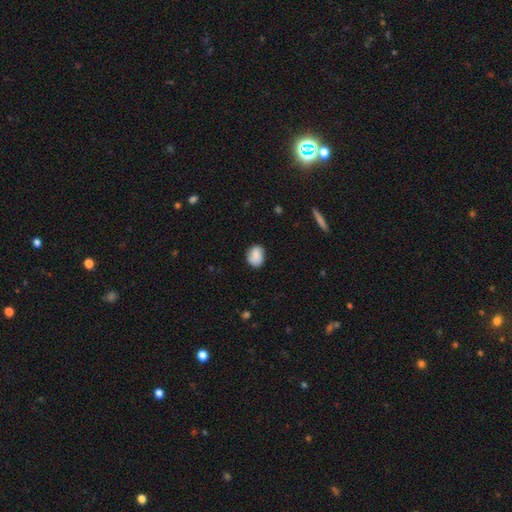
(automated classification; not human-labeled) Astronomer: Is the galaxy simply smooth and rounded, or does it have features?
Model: smooth — 81%.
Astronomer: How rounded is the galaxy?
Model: in between — 56% (runner-up: round, 43%).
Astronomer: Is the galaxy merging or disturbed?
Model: none — 74%.